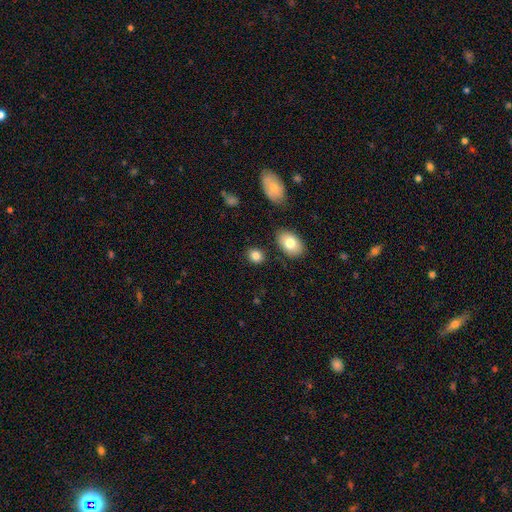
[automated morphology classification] Smooth or featured? smooth (83%)
How rounded? round (55%)
Merging? none (84%)